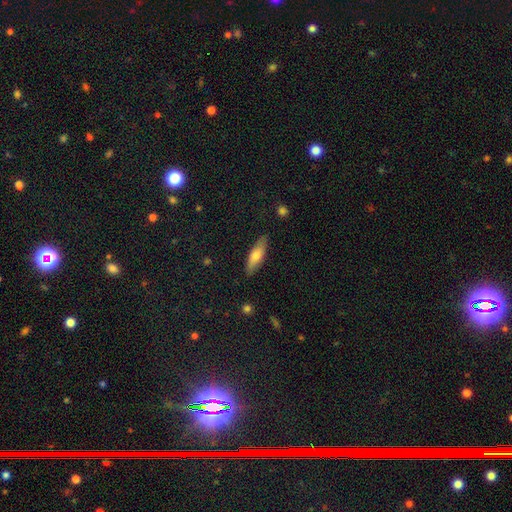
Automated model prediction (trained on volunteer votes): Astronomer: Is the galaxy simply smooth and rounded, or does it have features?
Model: smooth — 66%.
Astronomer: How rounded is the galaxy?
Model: cigar-shaped — 51% (runner-up: in between, 47%).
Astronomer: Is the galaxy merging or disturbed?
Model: none — 84%.